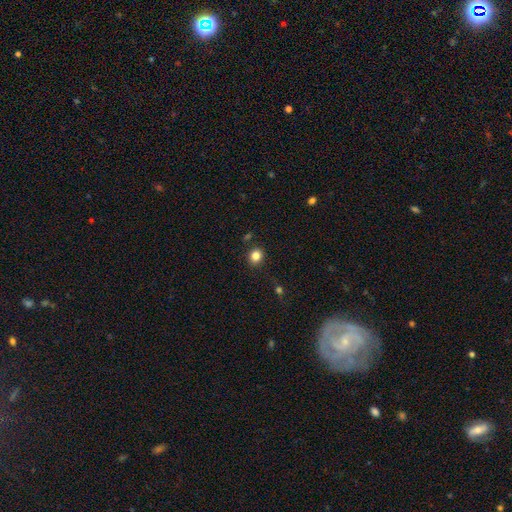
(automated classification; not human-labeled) A smooth galaxy with no disk features (83%) that is round (76%).

Vote fractions:
- Smooth or featured? smooth: 83% / star or artifact: 12% / featured or disk: 5%
- How rounded? round: 76% / in between: 23% / cigar-shaped: 1%
- Merging? none: 88% / minor disturbance: 8% / merger: 2% / major disturbance: 2%